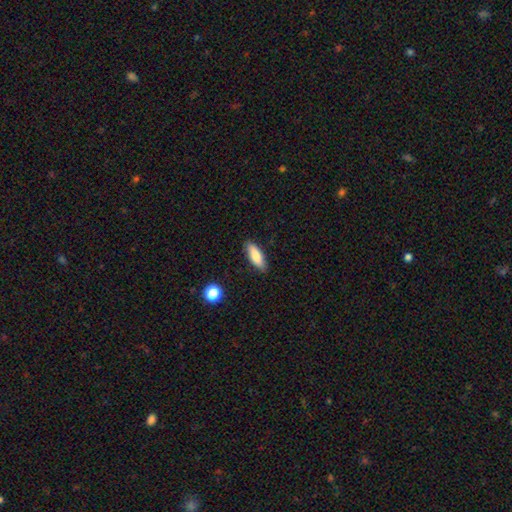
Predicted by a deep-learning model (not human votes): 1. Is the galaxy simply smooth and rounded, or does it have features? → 83% smooth, 10% featured or disk, 7% star or artifact.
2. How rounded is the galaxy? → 62% in between, 36% cigar-shaped, 2% round.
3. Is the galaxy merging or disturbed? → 87% none, 10% minor disturbance, 2% major disturbance, 1% merger.